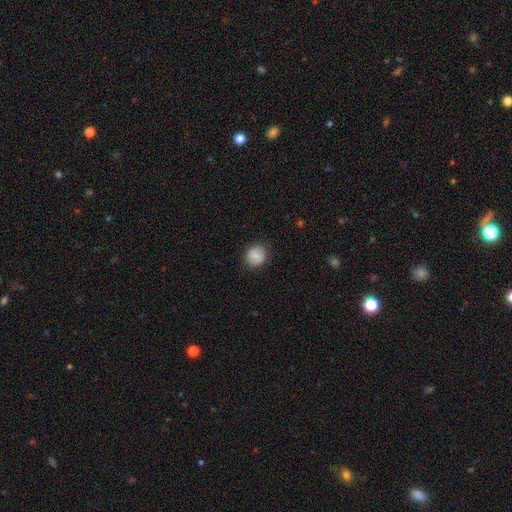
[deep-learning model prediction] Q: Smooth or featured?
A: smooth (79%); runner-up: featured or disk (13%)
Q: How rounded?
A: round (83%); runner-up: in between (16%)
Q: Merging?
A: none (86%); runner-up: minor disturbance (10%)